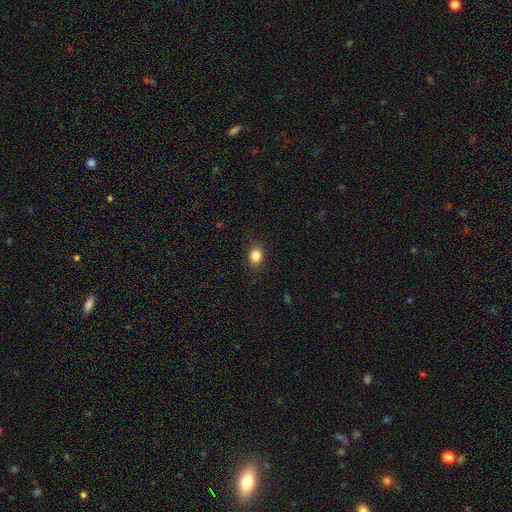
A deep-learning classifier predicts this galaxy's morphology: Smooth or featured? smooth (84%)
How rounded? in between (51%)
Merging? none (87%)